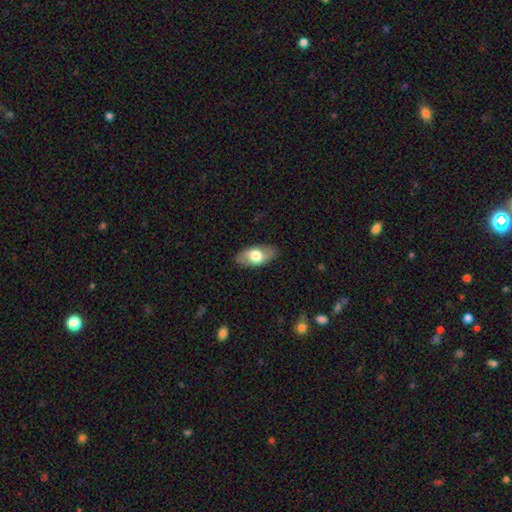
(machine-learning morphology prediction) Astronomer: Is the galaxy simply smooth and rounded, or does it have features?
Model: smooth — 63%.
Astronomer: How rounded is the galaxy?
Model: in between — 90%.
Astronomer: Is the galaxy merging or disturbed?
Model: none — 85%.